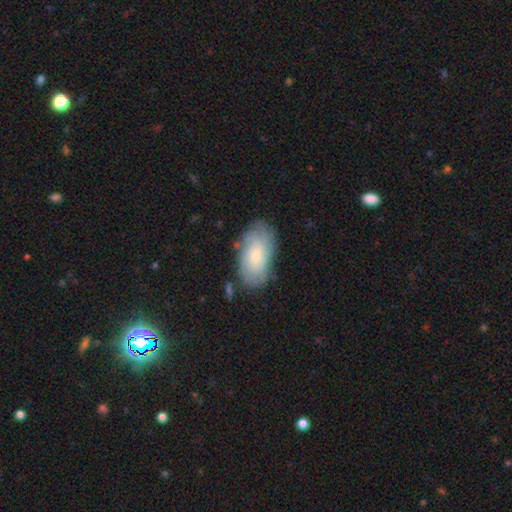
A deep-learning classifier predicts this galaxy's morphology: A smooth galaxy with no disk features (52%) that is in between round and cigar-shaped (93%). Merging: none (75%).